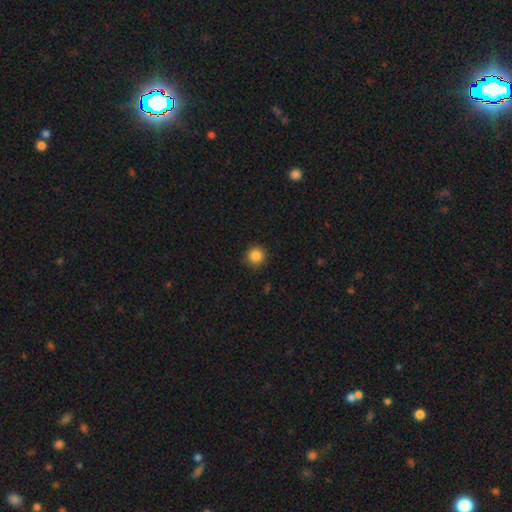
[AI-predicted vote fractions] Smooth or featured?
  - smooth: 86% *
  - star or artifact: 10%
  - featured or disk: 3%
How rounded?
  - round: 95% *
  - in between: 5%
  - cigar-shaped: 1%
Merging?
  - none: 92% *
  - minor disturbance: 6%
  - major disturbance: 2%
  - merger: 1%